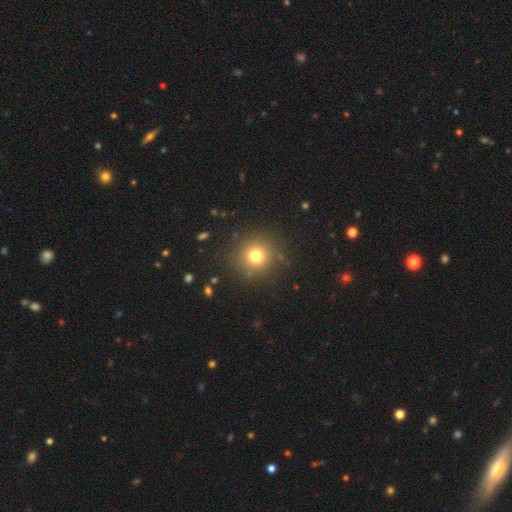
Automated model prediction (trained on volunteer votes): smooth_or_featured: smooth (p=0.74) [alt: star or artifact p=0.16]
how_rounded: round (p=0.93) [alt: in between p=0.06]
merging: none (p=0.87) [alt: minor disturbance p=0.08]